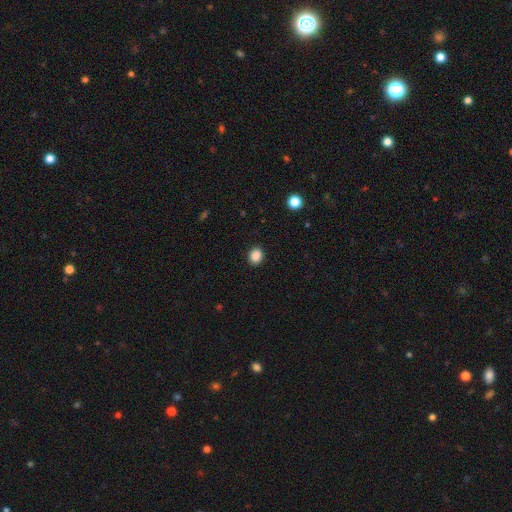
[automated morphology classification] The model was most divided on "how rounded": round: 64%, in between: 36%, cigar-shaped: 1%. More confident: merging — none (90%); smooth or featured — smooth (87%).